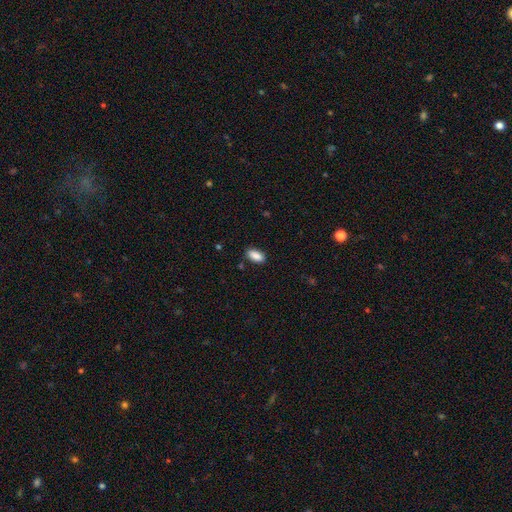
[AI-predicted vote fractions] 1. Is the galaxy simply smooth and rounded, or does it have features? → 89% smooth, 7% star or artifact, 4% featured or disk.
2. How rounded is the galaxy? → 88% in between, 10% cigar-shaped, 3% round.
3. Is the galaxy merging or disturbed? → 87% none, 10% minor disturbance, 2% major disturbance, 2% merger.